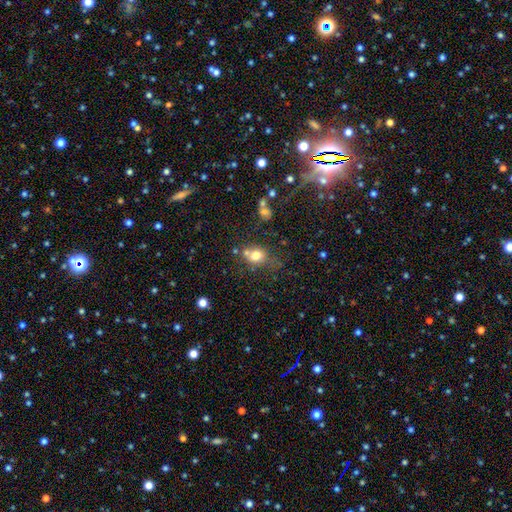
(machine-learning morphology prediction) Smooth or featured? Predicted: smooth (p=0.73). How rounded? Predicted: round (p=0.61). Merging? Predicted: none (p=0.52).